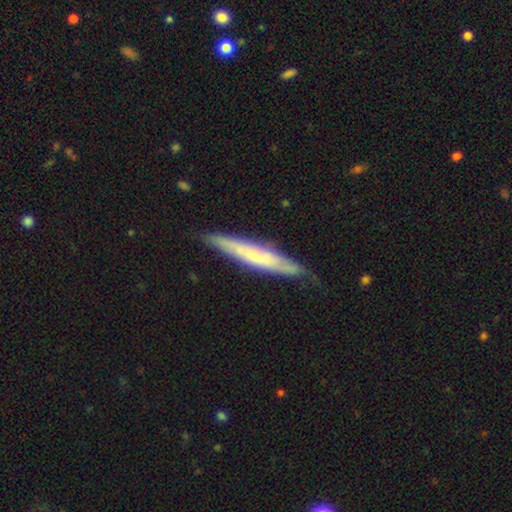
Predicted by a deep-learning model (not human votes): A smooth galaxy with no disk features (50%). Merging: none (78%).